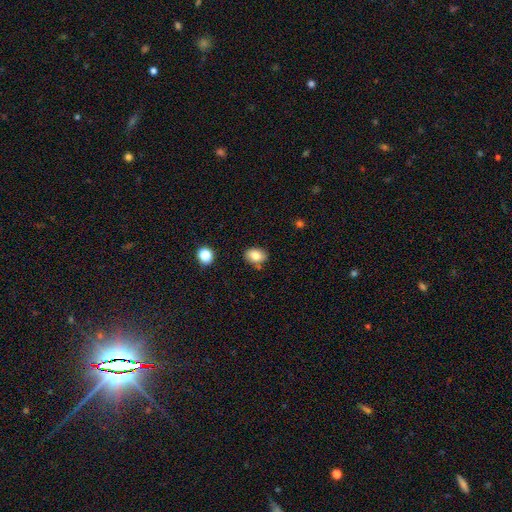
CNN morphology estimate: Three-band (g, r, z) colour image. It shows a smooth galaxy with no disk features (81%) that is in between round and cigar-shaped (73%). Merging: none (79%).